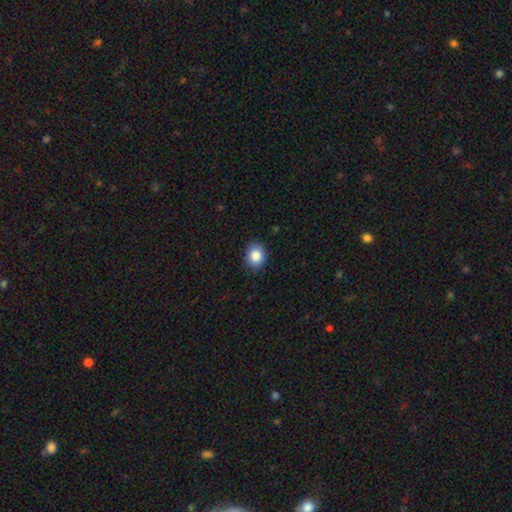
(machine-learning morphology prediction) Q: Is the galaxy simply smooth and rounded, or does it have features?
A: smooth — 85%.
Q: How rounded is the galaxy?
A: round — 61%.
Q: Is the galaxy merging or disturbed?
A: none — 89%.